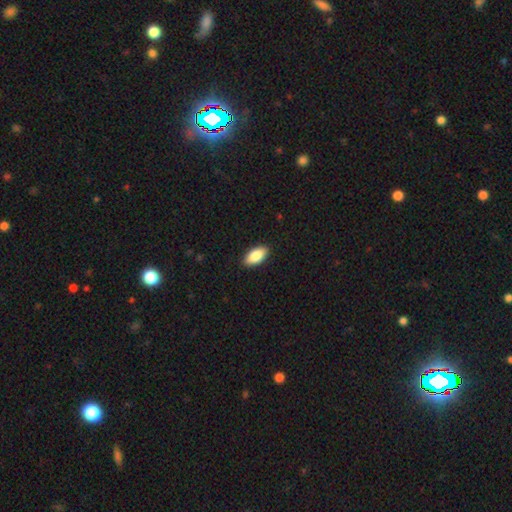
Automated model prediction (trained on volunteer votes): Smooth or featured? smooth (85%)
How rounded? in between (91%)
Merging? none (89%)